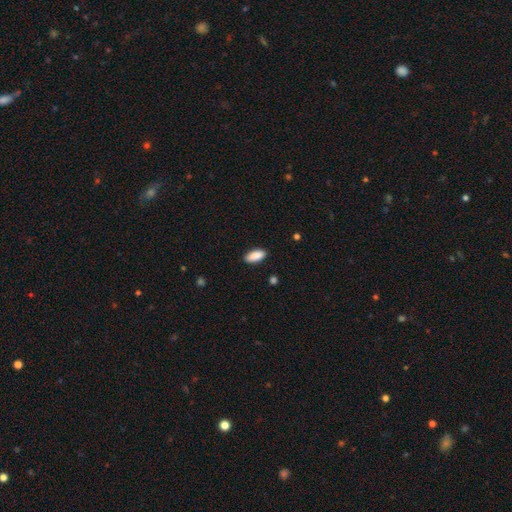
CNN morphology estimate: Smooth or featured: smooth — 90% (star or artifact — 6%)
How rounded: in between — 87% (cigar-shaped — 11%)
Merging: none — 88% (minor disturbance — 9%)